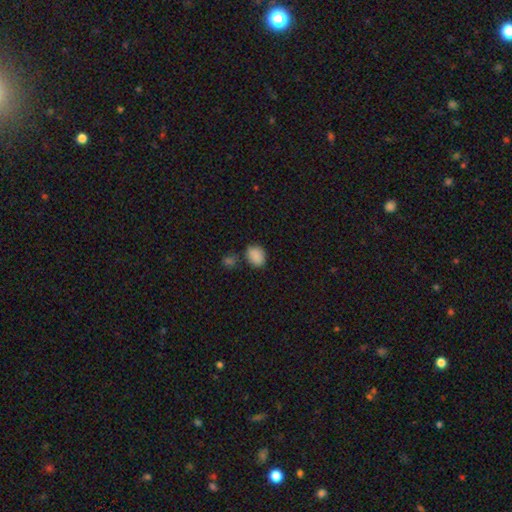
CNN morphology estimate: smooth_or_featured: smooth (p=0.86) [alt: star or artifact p=0.09]
how_rounded: in between (p=0.59) [alt: round p=0.40]
merging: none (p=0.70) [alt: minor disturbance p=0.17]